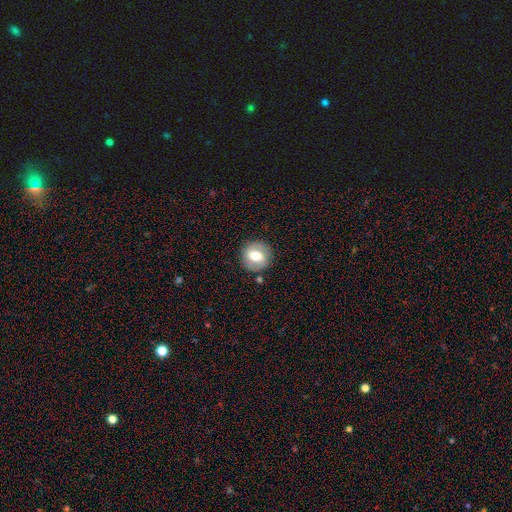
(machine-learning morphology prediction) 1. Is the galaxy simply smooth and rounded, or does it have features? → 54% smooth, 38% featured or disk, 8% star or artifact.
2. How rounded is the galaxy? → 85% round, 14% in between, 1% cigar-shaped.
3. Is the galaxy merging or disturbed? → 85% none, 10% minor disturbance, 3% major disturbance, 2% merger.